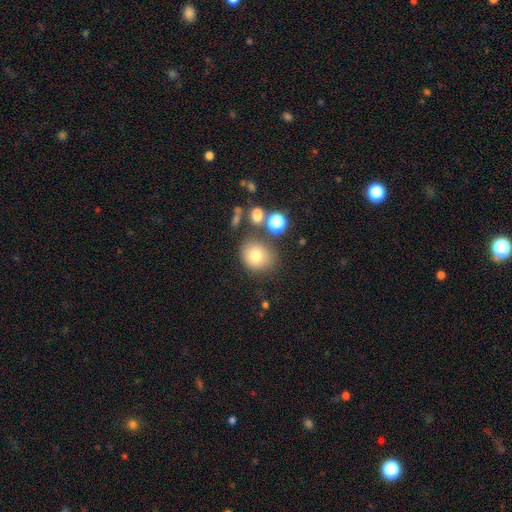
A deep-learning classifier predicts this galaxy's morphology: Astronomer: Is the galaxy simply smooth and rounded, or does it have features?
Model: smooth — 77%.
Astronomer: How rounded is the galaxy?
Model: round — 77%.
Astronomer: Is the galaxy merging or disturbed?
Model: none — 71%.